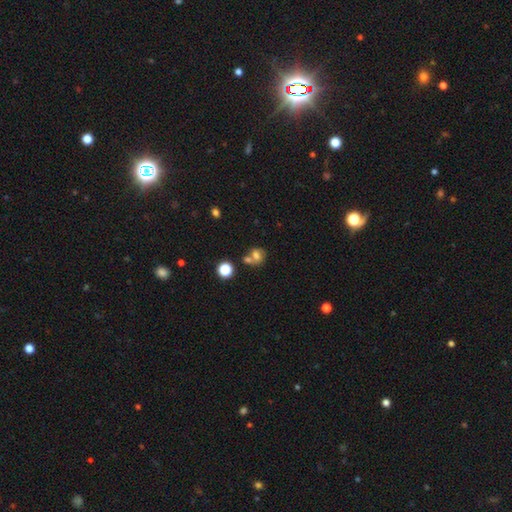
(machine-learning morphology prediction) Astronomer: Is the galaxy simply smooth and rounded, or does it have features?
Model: smooth — 65%.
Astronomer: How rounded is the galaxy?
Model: round — 59% (runner-up: in between, 39%).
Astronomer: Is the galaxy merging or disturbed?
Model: merger — 45% (runner-up: none, 37%).